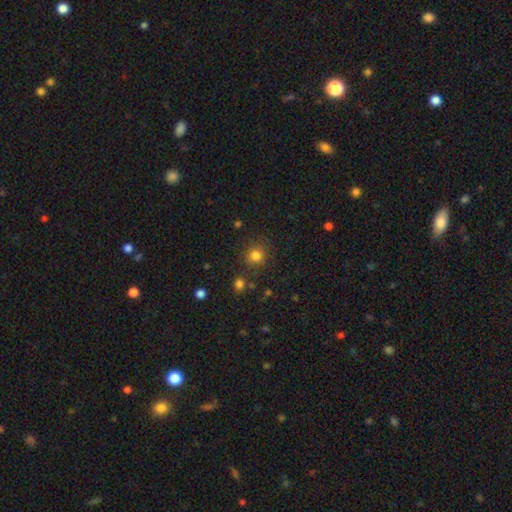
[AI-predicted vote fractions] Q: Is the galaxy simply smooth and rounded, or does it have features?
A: smooth — 80%.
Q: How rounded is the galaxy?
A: round — 89%.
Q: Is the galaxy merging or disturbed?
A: none — 82%.